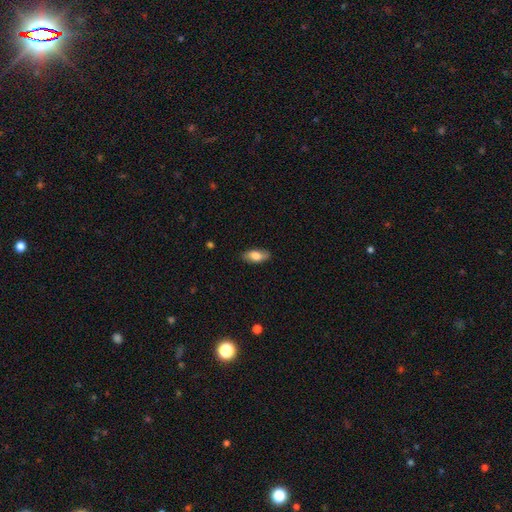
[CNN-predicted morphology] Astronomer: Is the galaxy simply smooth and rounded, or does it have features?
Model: smooth — 75%.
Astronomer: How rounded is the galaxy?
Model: in between — 87%.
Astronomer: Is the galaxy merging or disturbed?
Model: none — 83%.